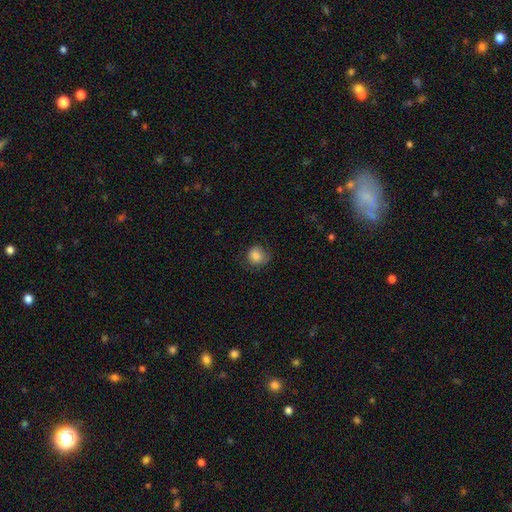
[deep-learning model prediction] Overall: smooth (84%). How rounded: round (82%). Merging: none (68%).